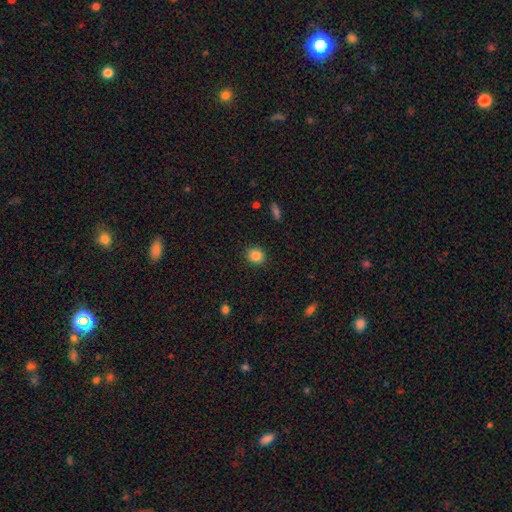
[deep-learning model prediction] A smooth galaxy with no disk features (84%) that is round (71%).

Vote fractions:
- Smooth or featured? smooth: 84% / star or artifact: 10% / featured or disk: 6%
- How rounded? round: 71% / in between: 28% / cigar-shaped: 1%
- Merging? none: 90% / minor disturbance: 7% / major disturbance: 2% / merger: 1%